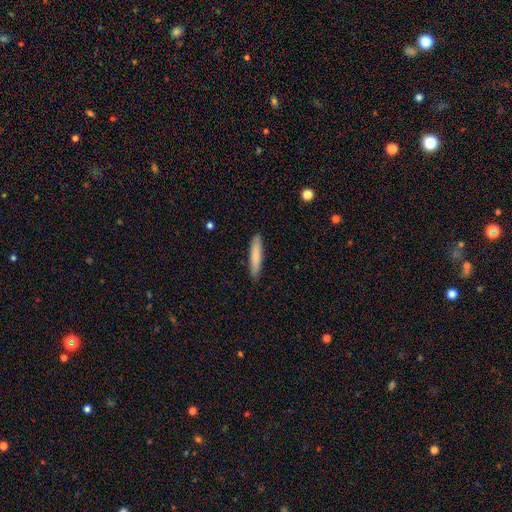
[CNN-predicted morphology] smooth-or-featured: smooth: 80% | featured or disk: 15% | star or artifact: 6%
  how-rounded: cigar-shaped: 90% | in between: 9% | round: 1%
  merging: none: 90% | minor disturbance: 7% | major disturbance: 1% | merger: 1%